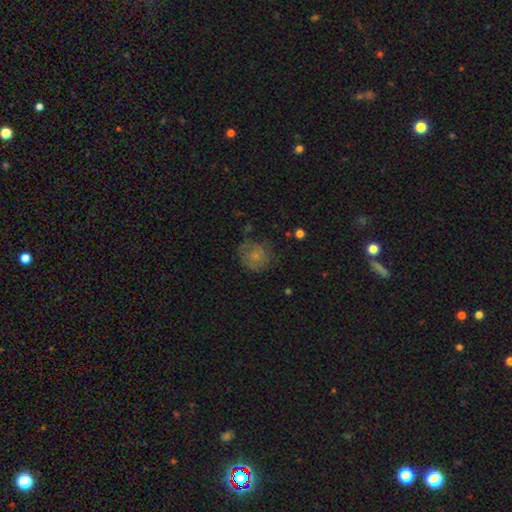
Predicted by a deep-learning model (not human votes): smooth_or_featured: smooth (p=0.59) [alt: featured or disk p=0.31]
how_rounded: round (p=0.82) [alt: in between p=0.17]
merging: none (p=0.62) [alt: minor disturbance p=0.24]